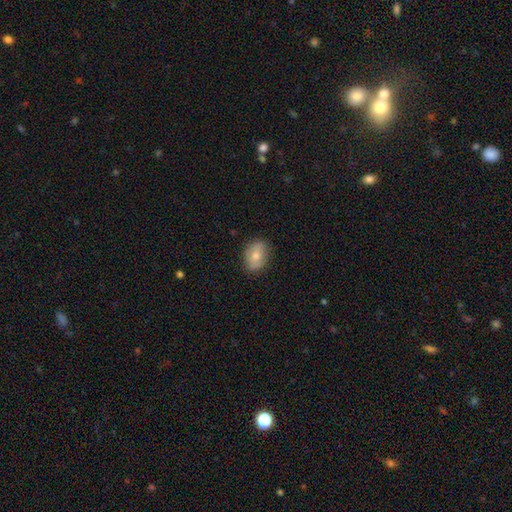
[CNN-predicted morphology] smooth-or-featured: smooth: 71% | featured or disk: 22% | star or artifact: 8%
  how-rounded: in between: 69% | round: 30% | cigar-shaped: 1%
  merging: none: 82% | minor disturbance: 14% | major disturbance: 3% | merger: 1%